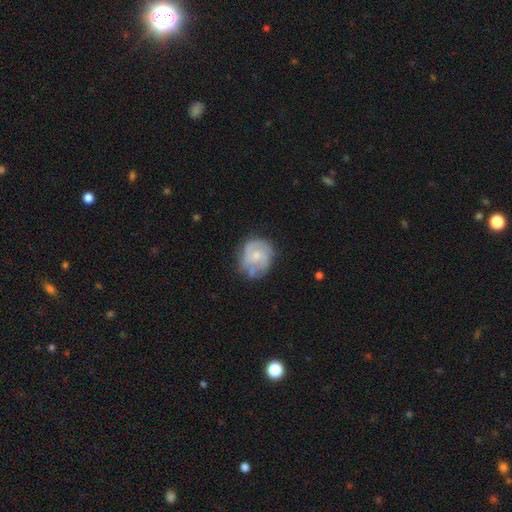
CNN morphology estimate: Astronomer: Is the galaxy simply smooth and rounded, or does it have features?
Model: featured or disk — 65%.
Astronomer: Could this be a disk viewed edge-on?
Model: no — 98%.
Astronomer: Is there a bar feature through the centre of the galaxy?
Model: no — 67%.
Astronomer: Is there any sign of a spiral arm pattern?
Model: yes — 81%.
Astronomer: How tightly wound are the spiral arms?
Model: tight — 46% (runner-up: medium, 40%).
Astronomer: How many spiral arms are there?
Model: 2 — 35% (runner-up: can't tell, 30%).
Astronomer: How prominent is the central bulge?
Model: small — 50% (runner-up: moderate, 40%).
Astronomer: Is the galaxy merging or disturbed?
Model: none — 61%.